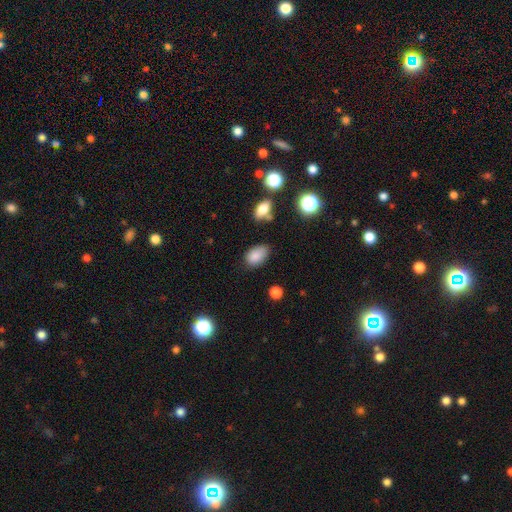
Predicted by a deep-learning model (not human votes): This is clearly a smooth galaxy (84%). How rounded: clearly in between (88%). Merging: likely none (68%).